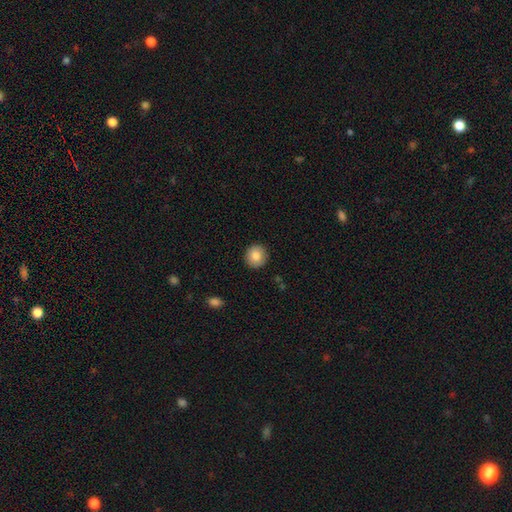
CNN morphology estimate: Overall: smooth (85%). How rounded: round (91%). Merging: none (91%).